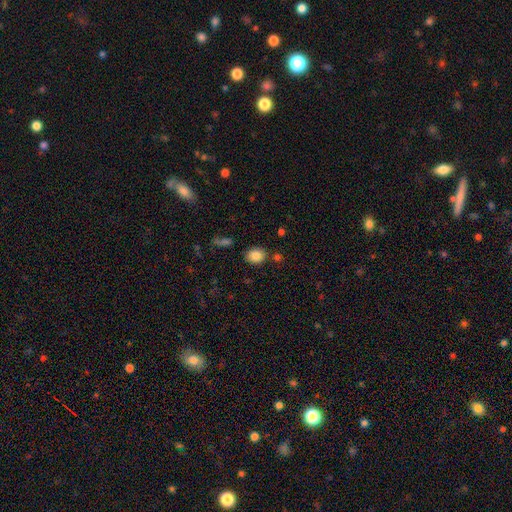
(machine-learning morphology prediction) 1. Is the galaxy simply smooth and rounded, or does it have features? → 84% smooth, 9% star or artifact, 7% featured or disk.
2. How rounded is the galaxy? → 53% round, 46% in between, 1% cigar-shaped.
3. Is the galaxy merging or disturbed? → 83% none, 10% minor disturbance, 5% merger, 3% major disturbance.